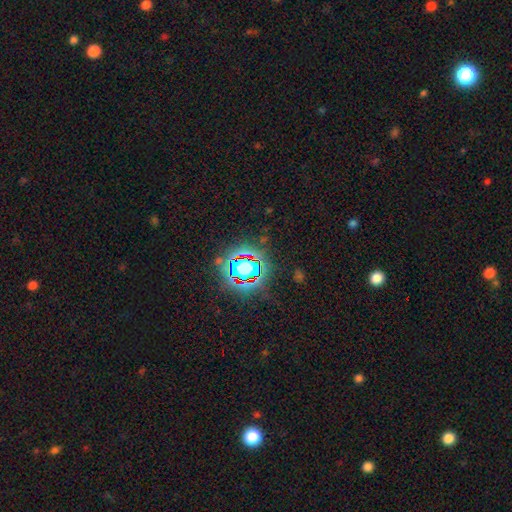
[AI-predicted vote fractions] Smooth or featured: star or artifact — 84% (smooth — 10%)